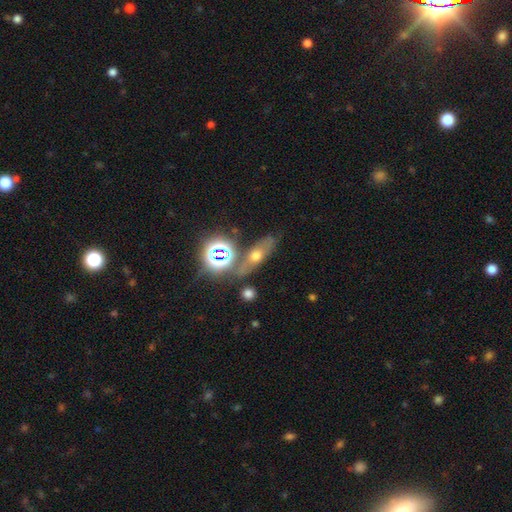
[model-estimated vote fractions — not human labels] Overall: smooth (44%; featured or disk 32%). Merging: none (66%).